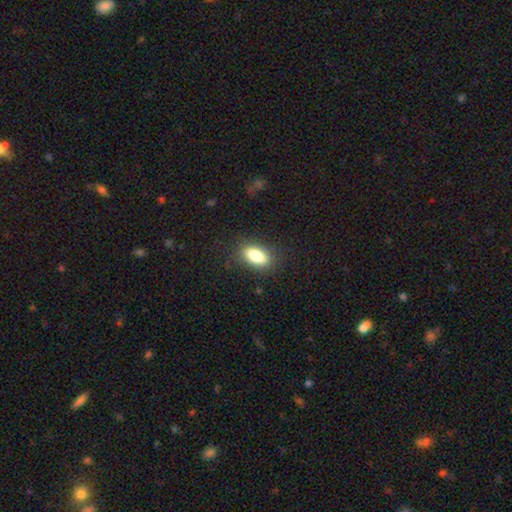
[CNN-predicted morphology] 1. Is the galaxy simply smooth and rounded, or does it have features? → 82% smooth, 10% featured or disk, 8% star or artifact.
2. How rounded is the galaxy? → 87% in between, 8% cigar-shaped, 5% round.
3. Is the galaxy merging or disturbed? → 84% none, 11% minor disturbance, 4% major disturbance, 1% merger.